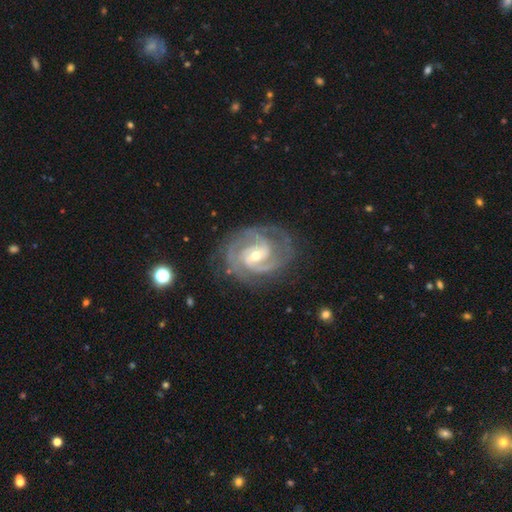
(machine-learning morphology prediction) Q: Smooth or featured?
A: featured or disk (91%); runner-up: star or artifact (5%)
Q: Edge-on disk?
A: no (98%); runner-up: yes (2%)
Q: Bar?
A: weak (47%); runner-up: no (33%)
Q: Spiral arms?
A: yes (98%); runner-up: no (2%)
Q: Spiral winding?
A: tight (58%); runner-up: medium (37%)
Q: Spiral arm count?
A: 2 (41%); runner-up: 3 (32%)
Q: Bulge size?
A: small (52%); runner-up: moderate (45%)
Q: Merging?
A: none (75%); runner-up: minor disturbance (17%)